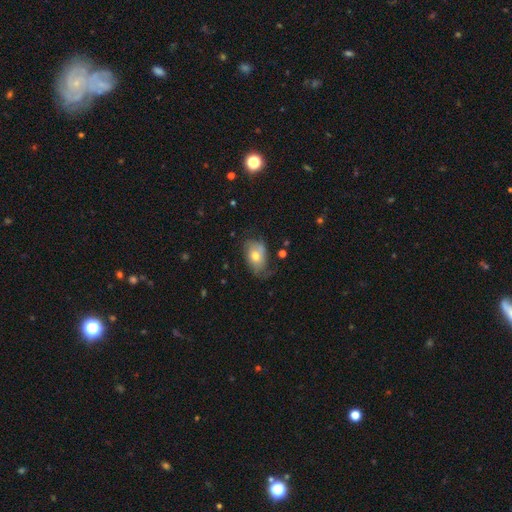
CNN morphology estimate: This appears to be a smooth galaxy with no disk features (63%) that is in between round and cigar-shaped (83%). Merging: none (42%).